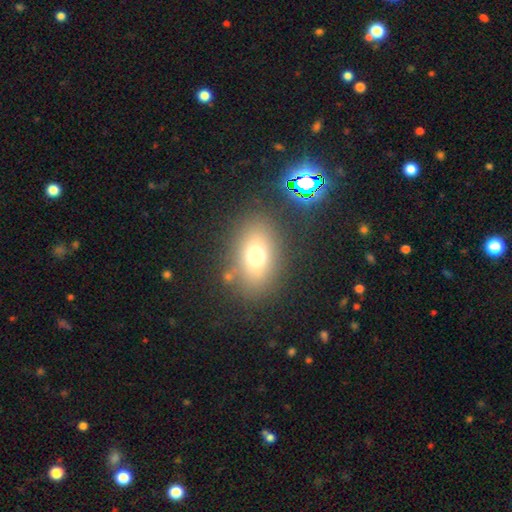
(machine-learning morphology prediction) smooth 70%, star or artifact 16%, featured or disk 14%. Down the decision tree: how rounded — in between (75%); merging — none (80%).